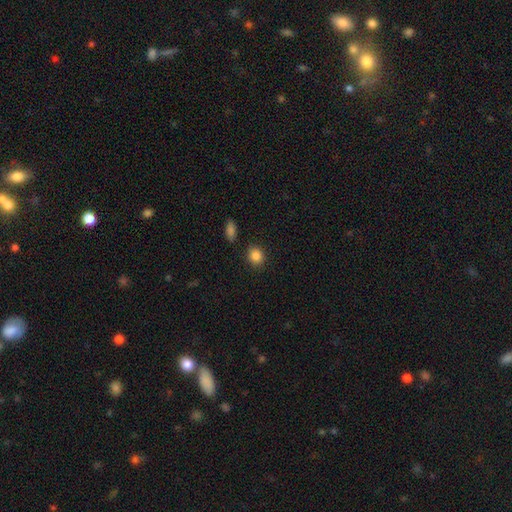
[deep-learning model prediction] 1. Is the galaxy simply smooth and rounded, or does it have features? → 86% smooth, 10% star or artifact, 4% featured or disk.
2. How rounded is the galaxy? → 76% round, 23% in between, 1% cigar-shaped.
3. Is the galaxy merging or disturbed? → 86% none, 9% minor disturbance, 3% merger, 3% major disturbance.